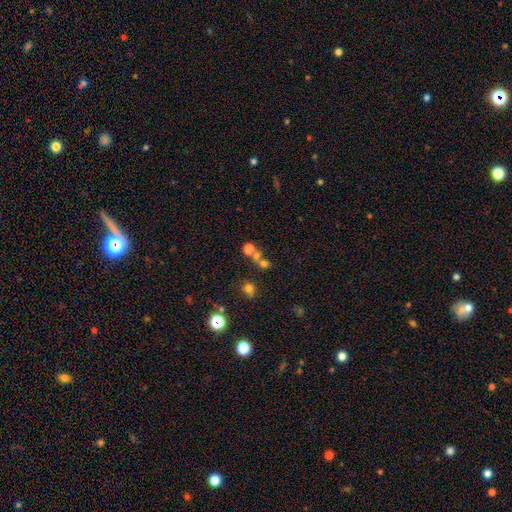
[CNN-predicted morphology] smooth_or_featured: smooth (p=0.48) [alt: star or artifact p=0.40]
merging: none (p=0.59) [alt: merger p=0.28]